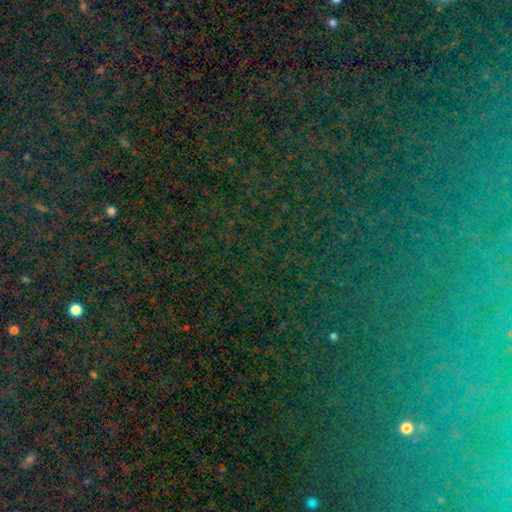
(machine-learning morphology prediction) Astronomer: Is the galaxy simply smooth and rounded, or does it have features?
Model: star or artifact — 79%.